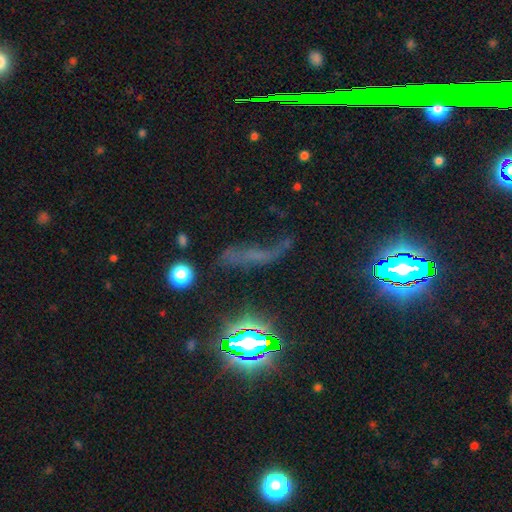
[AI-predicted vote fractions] This is marginally a featured or disk galaxy (37%). Merging: marginally none (41%).